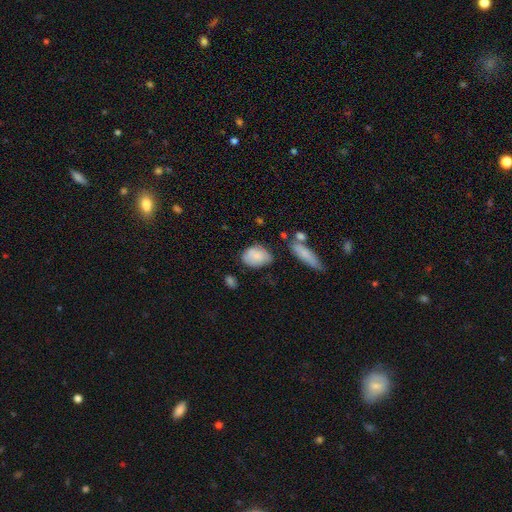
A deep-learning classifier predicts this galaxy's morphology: A smooth galaxy with no disk features (80%) that is in between round and cigar-shaped (82%).

Vote fractions:
- Smooth or featured? smooth: 80% / featured or disk: 13% / star or artifact: 7%
- How rounded? in between: 82% / round: 17% / cigar-shaped: 2%
- Merging? none: 59% / minor disturbance: 28% / major disturbance: 8% / merger: 6%